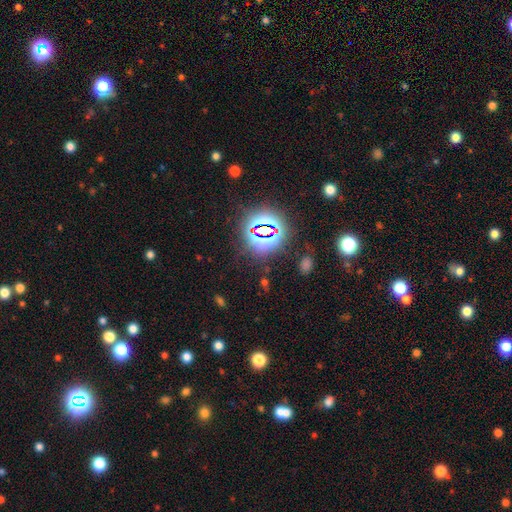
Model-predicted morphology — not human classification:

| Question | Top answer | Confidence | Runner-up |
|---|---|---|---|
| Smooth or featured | star or artifact | 80% | smooth (14%) |